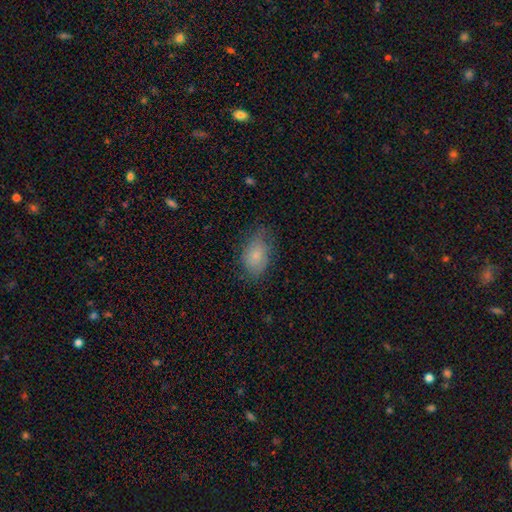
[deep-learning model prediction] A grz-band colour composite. It shows a smooth galaxy with no disk features (78%) that is in between round and cigar-shaped (87%). Merging: none (64%).